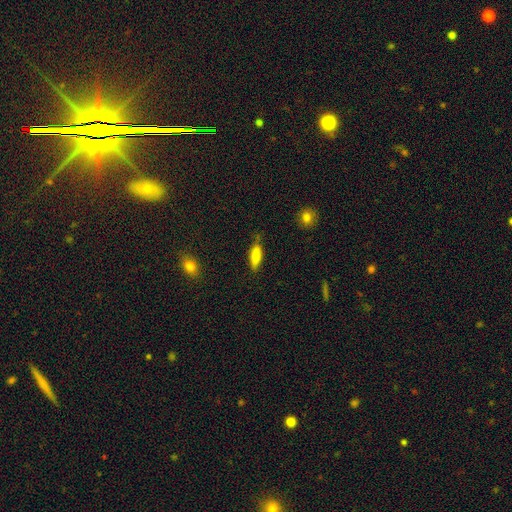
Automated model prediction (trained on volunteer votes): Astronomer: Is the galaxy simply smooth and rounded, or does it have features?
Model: smooth — 81%.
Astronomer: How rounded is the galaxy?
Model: cigar-shaped — 53% (runner-up: in between, 45%).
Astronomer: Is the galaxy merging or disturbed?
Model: none — 72%.